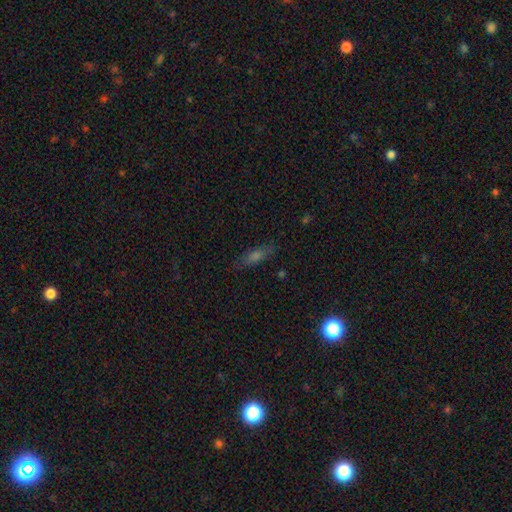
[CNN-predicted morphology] Smooth or featured? smooth (52%)
How rounded? cigar-shaped (56%)
Merging? none (83%)